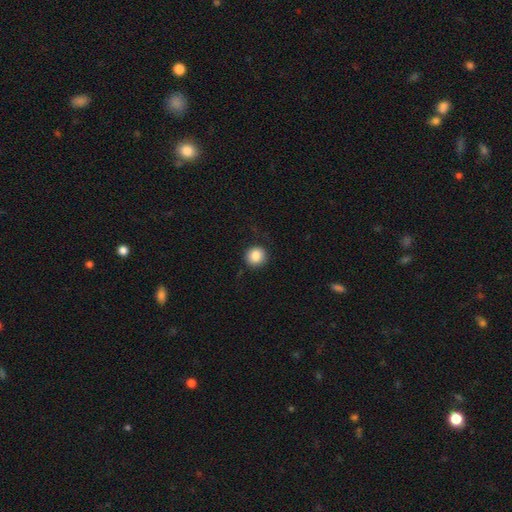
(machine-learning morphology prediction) A smooth galaxy with no disk features (86%) that is round (93%).

Vote fractions:
- Smooth or featured? smooth: 86% / star or artifact: 9% / featured or disk: 4%
- How rounded? round: 93% / in between: 7% / cigar-shaped: 1%
- Merging? none: 88% / minor disturbance: 8% / major disturbance: 3% / merger: 1%